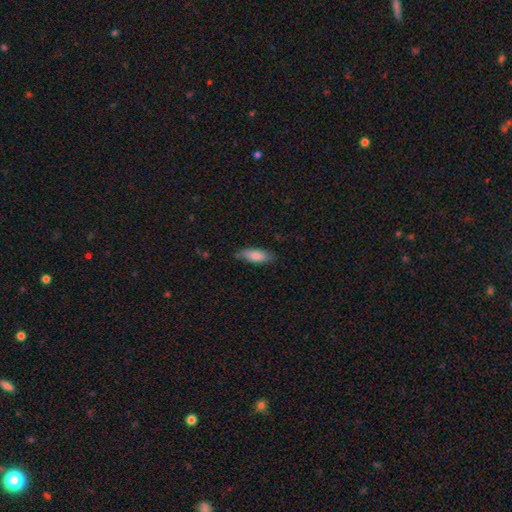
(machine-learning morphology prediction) A smooth galaxy with no disk features (81%) that is in between round and cigar-shaped (67%). Merging: none (76%).